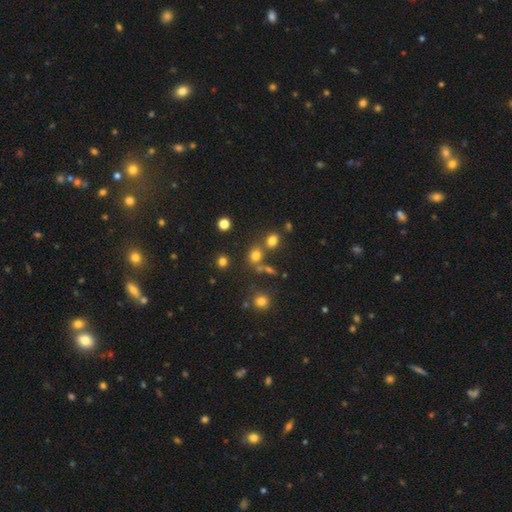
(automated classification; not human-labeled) Overall: smooth (72%). How rounded: round (73%). Merging: none (62%; merger 23%).